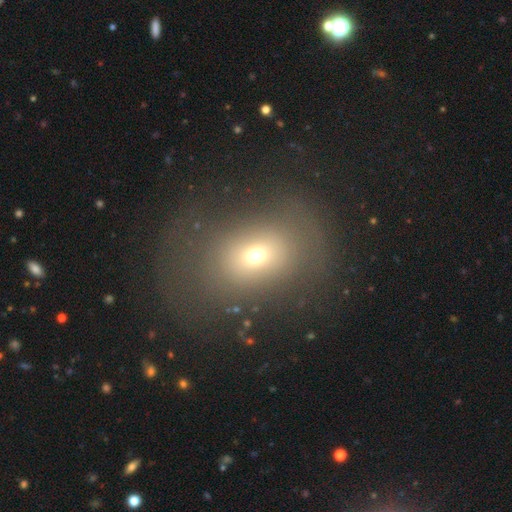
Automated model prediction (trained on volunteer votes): The model was most divided on "how rounded": in between: 51%, round: 47%, cigar-shaped: 1%. More confident: merging — none (61%); smooth or featured — smooth (60%).